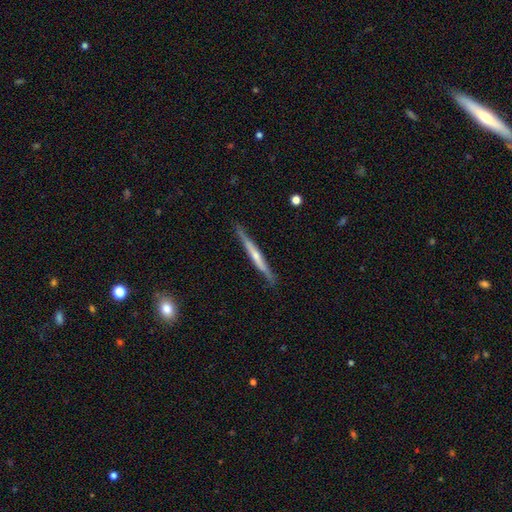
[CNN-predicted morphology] This is likely a featured or disk galaxy (68%). It is clearly viewed edge-on (97%). Edge-on bulge: possibly rounded (57%). Merging: clearly none (88%).